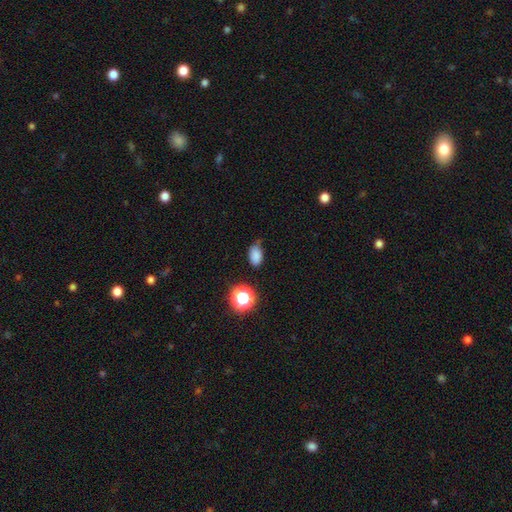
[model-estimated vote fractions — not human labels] Smooth or featured?
  - smooth: 81% *
  - star or artifact: 13%
  - featured or disk: 5%
How rounded?
  - in between: 85% *
  - round: 14%
  - cigar-shaped: 2%
Merging?
  - none: 62% *
  - minor disturbance: 29%
  - major disturbance: 5%
  - merger: 3%